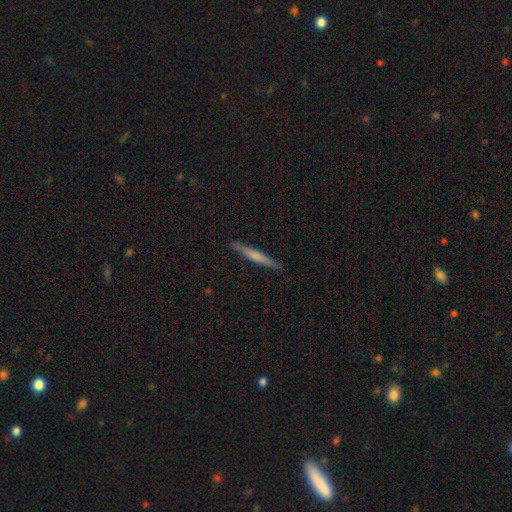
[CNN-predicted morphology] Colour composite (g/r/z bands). It shows a smooth galaxy with no disk features (48%). Merging: none (89%).